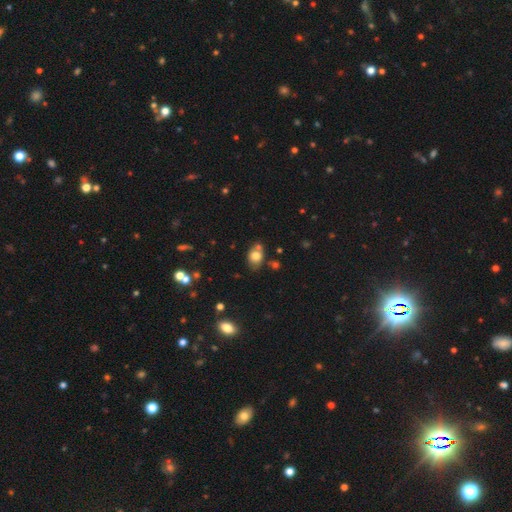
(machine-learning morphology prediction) Smooth or featured: smooth — 77% (featured or disk — 12%)
How rounded: in between — 65% (round — 34%)
Merging: none — 61% (minor disturbance — 19%)